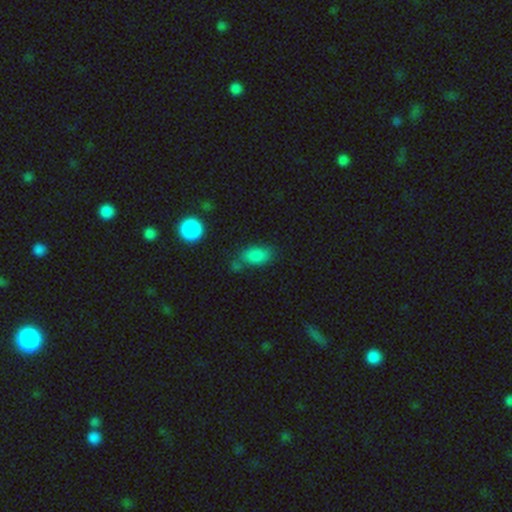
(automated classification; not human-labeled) smooth-or-featured: smooth: 85% | star or artifact: 10% | featured or disk: 5%
  how-rounded: in between: 87% | round: 9% | cigar-shaped: 3%
  merging: none: 62% | minor disturbance: 20% | merger: 11% | major disturbance: 7%